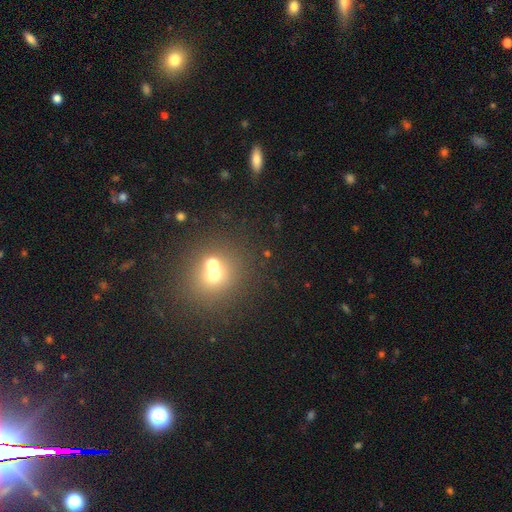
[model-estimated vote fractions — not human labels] Smooth or featured? Predicted: smooth (p=0.47). Merging? Predicted: none (p=0.83).